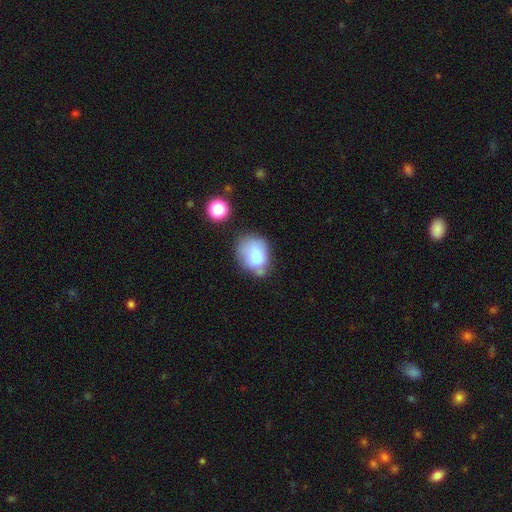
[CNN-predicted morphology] Smooth or featured? smooth (76%)
How rounded? in between (53%)
Merging? none (42%)